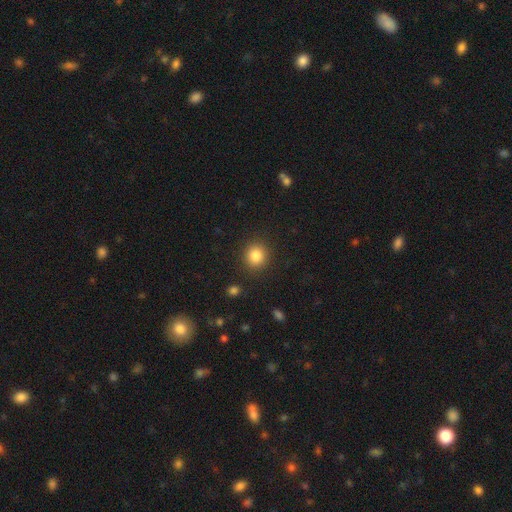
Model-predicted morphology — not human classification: Smooth or featured? Predicted: smooth (p=0.84). How rounded? Predicted: round (p=0.89). Merging? Predicted: none (p=0.89).